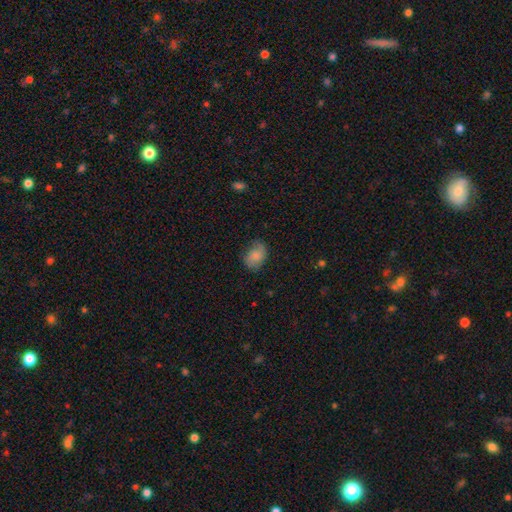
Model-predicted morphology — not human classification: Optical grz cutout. It shows a smooth galaxy with no disk features (70%) that is in between round and cigar-shaped (74%). Merging: none (69%).